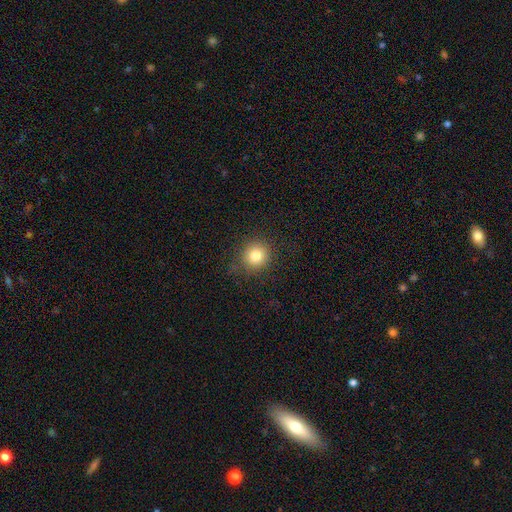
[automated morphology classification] smooth_or_featured: smooth (p=0.81) [alt: star or artifact p=0.12]
how_rounded: round (p=0.89) [alt: in between p=0.10]
merging: none (p=0.84) [alt: minor disturbance p=0.11]